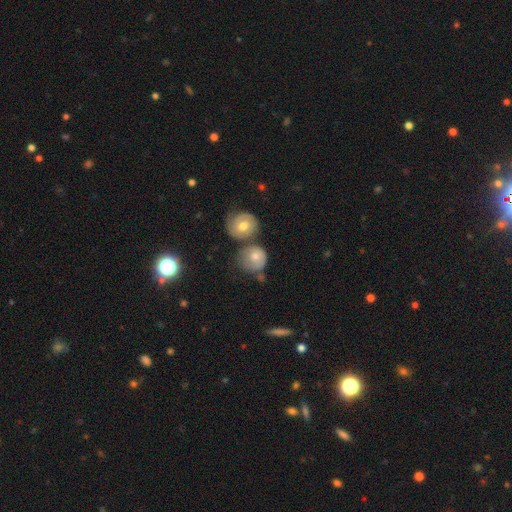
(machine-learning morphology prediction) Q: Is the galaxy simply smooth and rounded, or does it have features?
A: smooth — 57%.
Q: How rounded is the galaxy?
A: round — 80%.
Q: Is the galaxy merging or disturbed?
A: none — 43%.